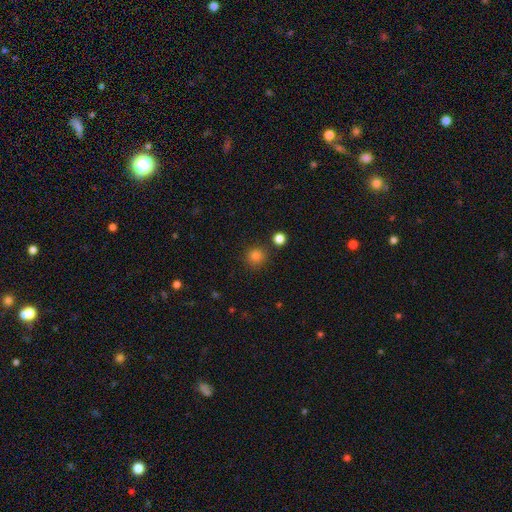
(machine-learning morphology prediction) type=smooth (84%); roundness=round (92%); merging=none (85%).